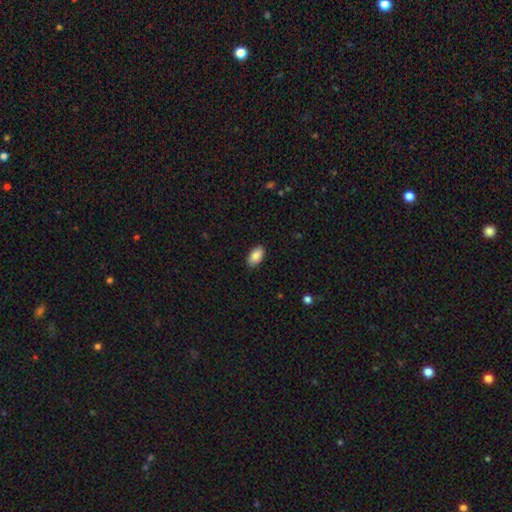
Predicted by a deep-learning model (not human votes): smooth 87%, star or artifact 7%, featured or disk 6%. Down the decision tree: how rounded — in between (94%); merging — none (87%).